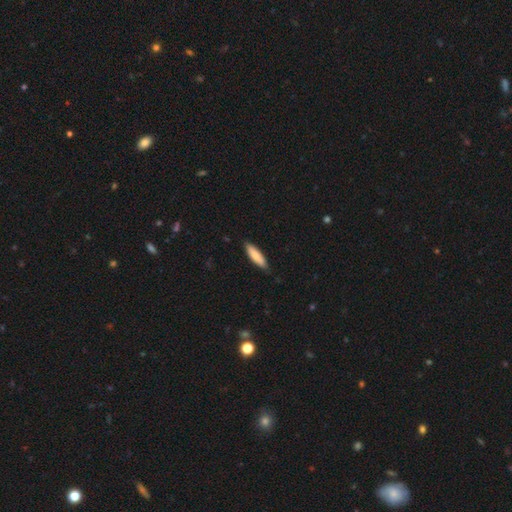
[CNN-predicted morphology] Smooth or featured?
  - smooth: 83% *
  - featured or disk: 12%
  - star or artifact: 5%
How rounded?
  - cigar-shaped: 63% *
  - in between: 35%
  - round: 1%
Merging?
  - none: 85% *
  - minor disturbance: 13%
  - major disturbance: 2%
  - merger: 1%